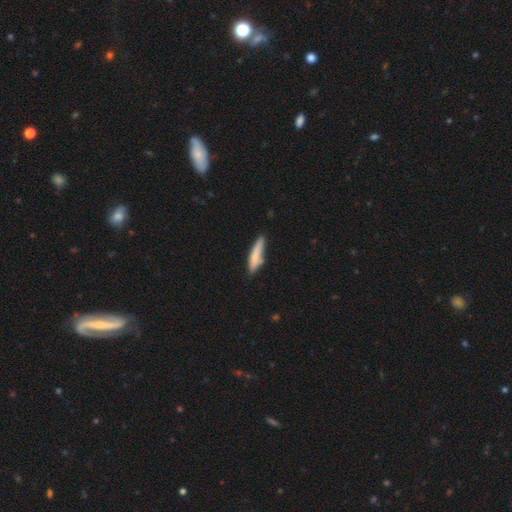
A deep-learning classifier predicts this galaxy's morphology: Smooth or featured: smooth — 74% (featured or disk — 20%)
How rounded: cigar-shaped — 82% (in between — 16%)
Merging: none — 68% (minor disturbance — 21%)